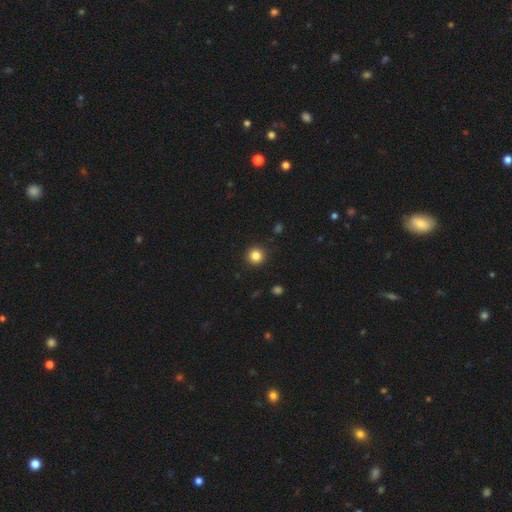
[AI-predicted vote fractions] Morphology: type=smooth (84%); roundness=round (95%); merging=none (92%).